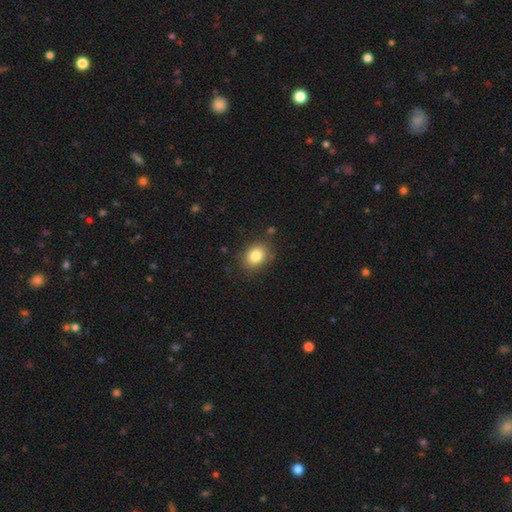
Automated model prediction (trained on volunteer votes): This appears to be a smooth galaxy with no disk features (83%) that is in between round and cigar-shaped (57%). Merging: none (83%).